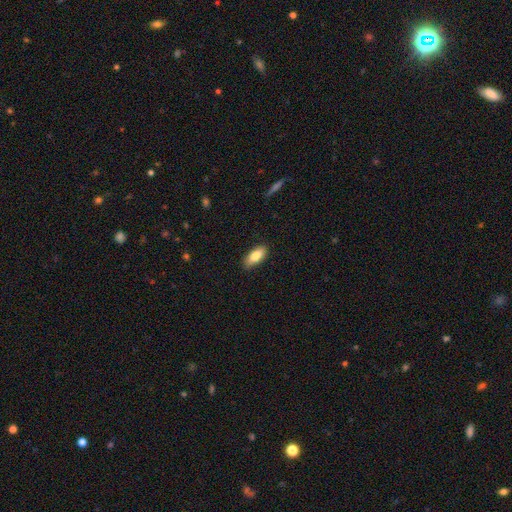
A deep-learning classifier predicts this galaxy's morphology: Overall: smooth (83%). How rounded: in between (82%). Merging: none (85%).